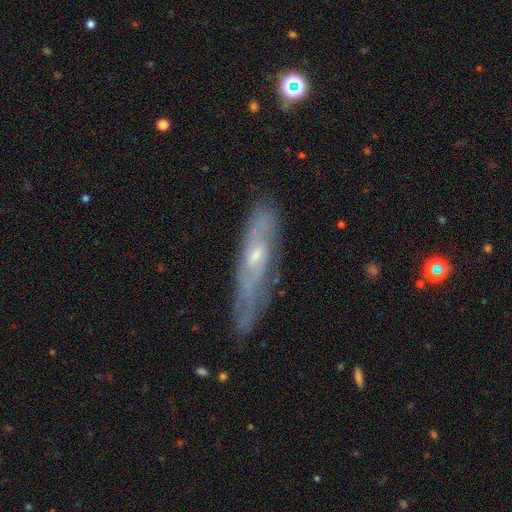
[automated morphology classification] smooth-or-featured: featured or disk: 67% | smooth: 24% | star or artifact: 9%
  disk-edge-on: no: 51% | yes: 49%
  merging: none: 73% | minor disturbance: 20% | major disturbance: 5% | merger: 2%